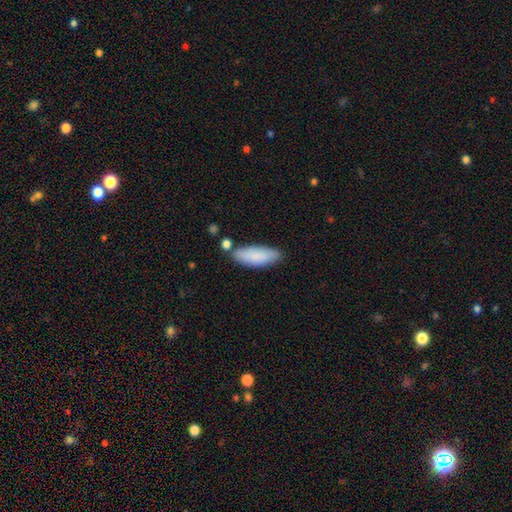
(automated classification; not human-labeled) A smooth galaxy with no disk features (85%) that is in between round and cigar-shaped (67%). Merging: none (75%).